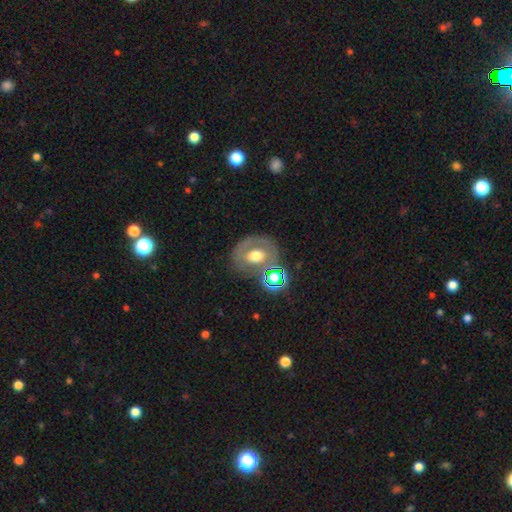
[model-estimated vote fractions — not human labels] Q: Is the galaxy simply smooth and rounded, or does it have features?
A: featured or disk — 43%, tied with smooth.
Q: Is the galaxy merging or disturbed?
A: none — 66%.